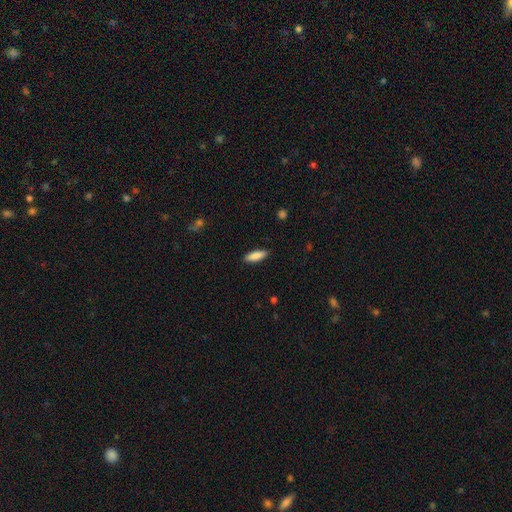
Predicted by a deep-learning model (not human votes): Morphology: type=smooth (86%); roundness=in between (51%); merging=none (89%).